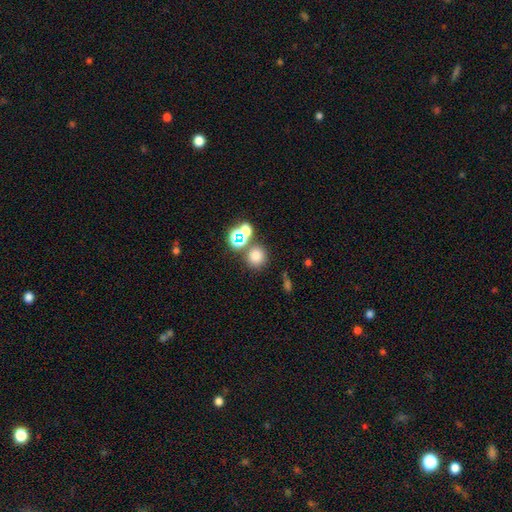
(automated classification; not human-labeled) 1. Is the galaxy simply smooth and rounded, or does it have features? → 71% smooth, 21% star or artifact, 8% featured or disk.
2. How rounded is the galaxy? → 89% round, 10% in between, 1% cigar-shaped.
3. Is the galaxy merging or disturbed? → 68% none, 20% merger, 8% minor disturbance, 4% major disturbance.